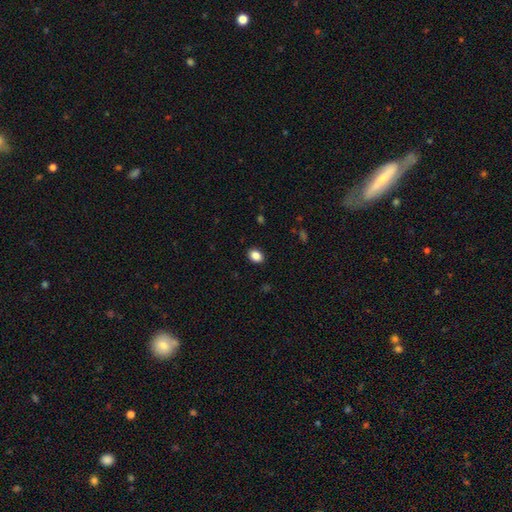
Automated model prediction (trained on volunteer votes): Smooth or featured? Predicted: smooth (p=0.87). How rounded? Predicted: in between (p=0.72). Merging? Predicted: none (p=0.90).